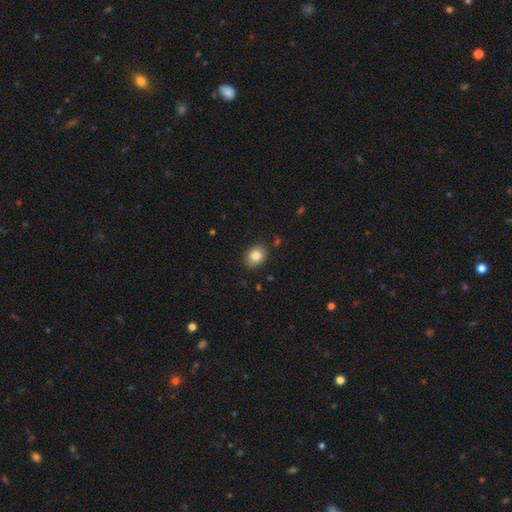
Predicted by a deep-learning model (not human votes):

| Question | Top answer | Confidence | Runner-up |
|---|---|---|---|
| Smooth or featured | smooth | 84% | star or artifact (9%) |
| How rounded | in between | 52% | round (47%) |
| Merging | none | 87% | minor disturbance (9%) |